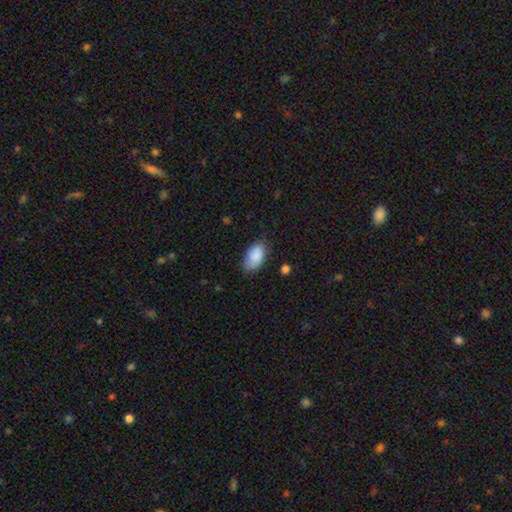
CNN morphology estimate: smooth_or_featured: smooth (p=0.88) [alt: star or artifact p=0.06]
how_rounded: in between (p=0.94) [alt: round p=0.05]
merging: none (p=0.70) [alt: minor disturbance p=0.23]